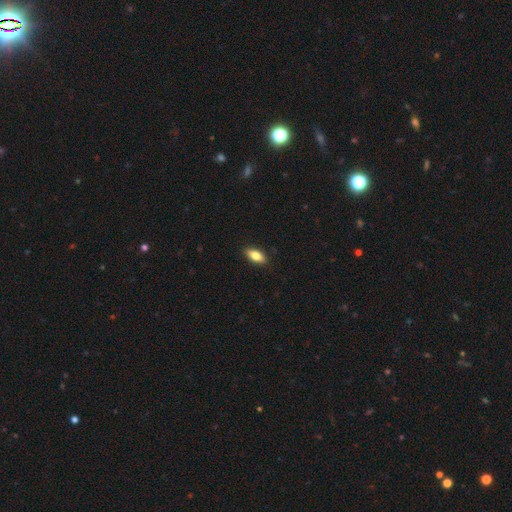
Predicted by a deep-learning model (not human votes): Morphology: type=smooth (79%); roundness=in between (84%); merging=none (90%).